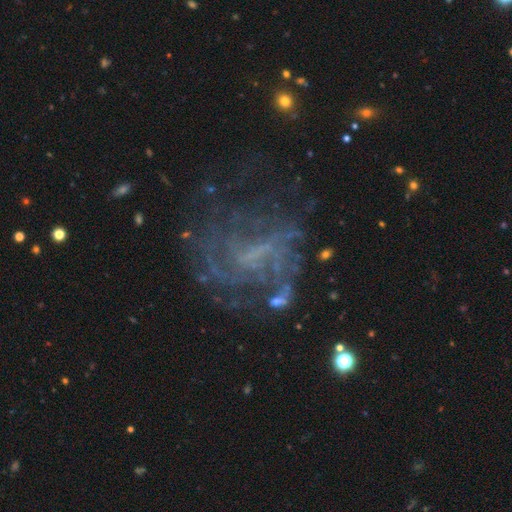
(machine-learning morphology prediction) smooth_or_featured: featured or disk (p=0.72) [alt: star or artifact p=0.18]
disk_edge_on: no (p=0.97) [alt: yes p=0.03]
bar: no (p=0.42) [tied with: weak p=0.42]
has_spiral_arms: yes (p=0.76) [alt: no p=0.24]
spiral_winding: medium (p=0.39) [alt: tight p=0.34]
spiral_arm_count: can't tell (p=0.48) [alt: 2 p=0.19]
bulge_size: none (p=0.57) [alt: small p=0.26]
merging: none (p=0.55) [alt: major disturbance p=0.25]